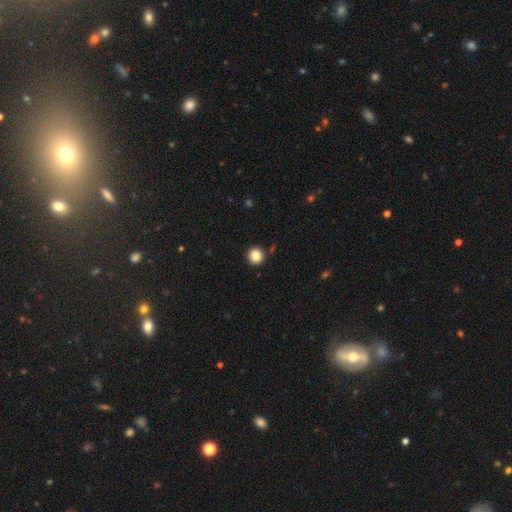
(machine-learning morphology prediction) Q: Smooth or featured?
A: smooth (86%); runner-up: star or artifact (10%)
Q: How rounded?
A: round (93%); runner-up: in between (6%)
Q: Merging?
A: none (90%); runner-up: minor disturbance (6%)